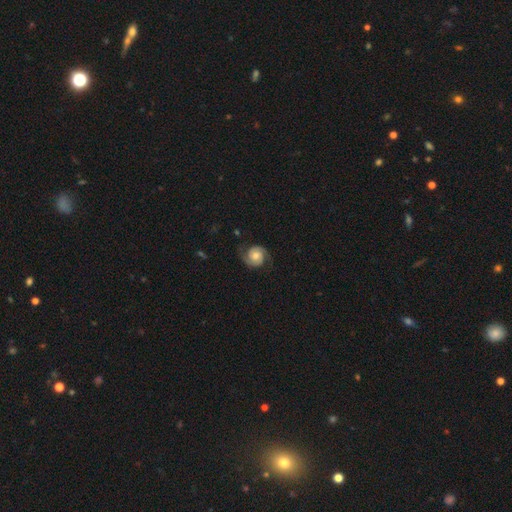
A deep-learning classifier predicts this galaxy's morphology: smooth_or_featured: featured or disk (p=0.80) [alt: smooth p=0.14]
disk_edge_on: no (p=0.98) [alt: yes p=0.02]
bar: no (p=0.74) [alt: weak p=0.22]
has_spiral_arms: yes (p=0.97) [alt: no p=0.03]
spiral_winding: medium (p=0.42) [tied with: tight p=0.42]
spiral_arm_count: 2 (p=0.92) [alt: can't tell p=0.03]
bulge_size: moderate (p=0.61) [alt: small p=0.27]
merging: none (p=0.77) [alt: minor disturbance p=0.15]